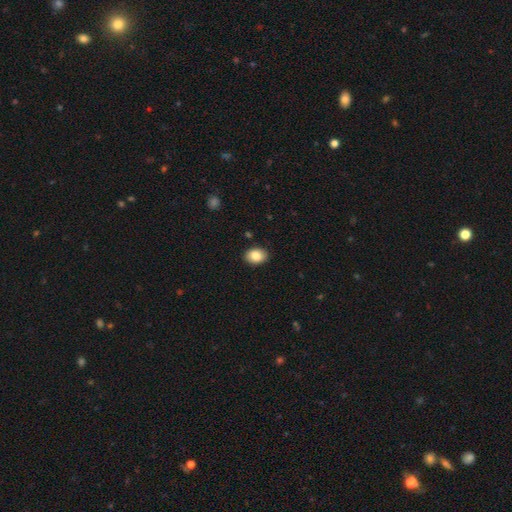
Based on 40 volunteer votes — Smooth or featured?
  - smooth: 85% *
  - featured or disk: 8%
  - star or artifact: 8%
How rounded?
  - in between: 85% *
  - round: 15%
  - cigar-shaped: 0%
Merging?
  - none: 95% *
  - minor disturbance: 5%
  - major disturbance: 0%
  - merger: 0%